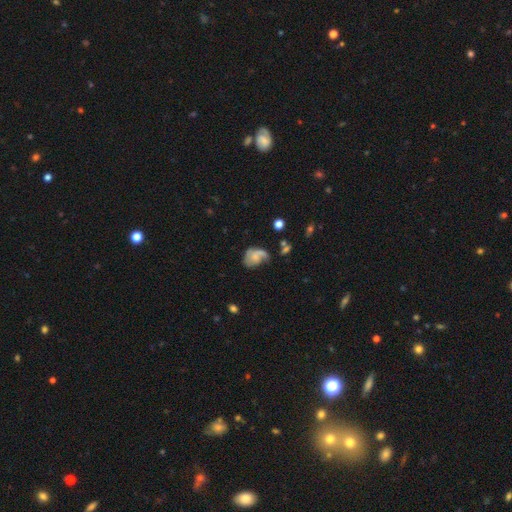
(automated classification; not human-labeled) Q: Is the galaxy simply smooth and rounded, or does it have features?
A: featured or disk — 52%.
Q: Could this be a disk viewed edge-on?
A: no — 97%.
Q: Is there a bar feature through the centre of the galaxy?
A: no — 73%.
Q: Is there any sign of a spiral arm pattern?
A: yes — 74%.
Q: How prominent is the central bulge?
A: none — 42%.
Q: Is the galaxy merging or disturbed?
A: major disturbance — 33%.